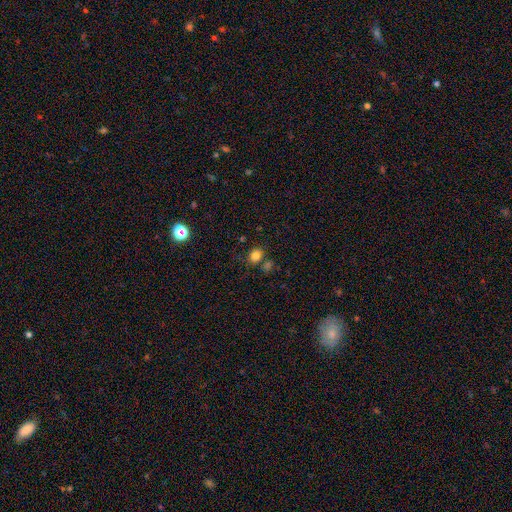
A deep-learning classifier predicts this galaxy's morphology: Q: Smooth or featured?
A: smooth (81%); runner-up: star or artifact (13%)
Q: How rounded?
A: round (57%); runner-up: in between (42%)
Q: Merging?
A: none (71%); runner-up: minor disturbance (13%)